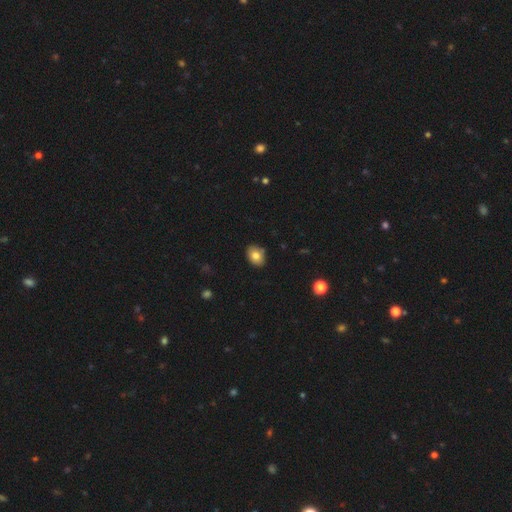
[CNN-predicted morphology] A smooth galaxy with no disk features (81%) that is in between round and cigar-shaped (71%).

Vote fractions:
- Smooth or featured? smooth: 81% / featured or disk: 11% / star or artifact: 9%
- How rounded? in between: 71% / round: 28% / cigar-shaped: 1%
- Merging? none: 86% / minor disturbance: 11% / major disturbance: 2% / merger: 2%